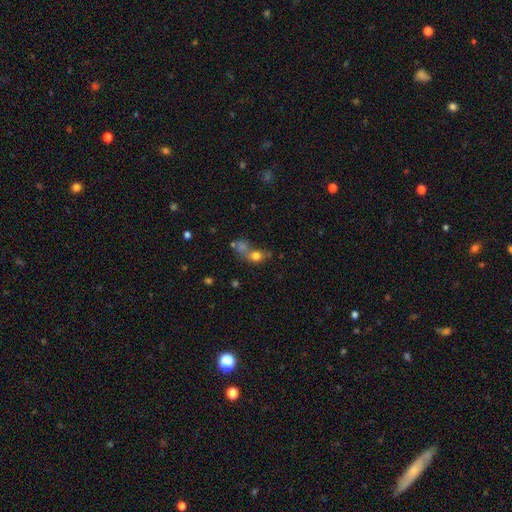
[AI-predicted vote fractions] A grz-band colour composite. It shows a smooth galaxy with no disk features (70%) that is round (58%). Merging: merger (54%).